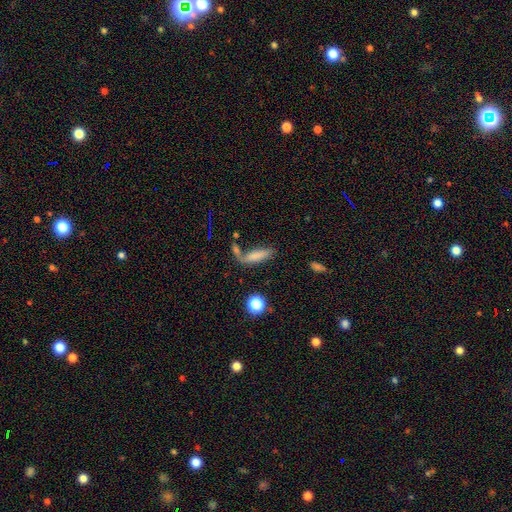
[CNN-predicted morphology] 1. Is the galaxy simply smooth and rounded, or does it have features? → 75% smooth, 15% featured or disk, 11% star or artifact.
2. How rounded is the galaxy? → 55% cigar-shaped, 42% in between, 4% round.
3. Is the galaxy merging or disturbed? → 44% none, 31% merger, 14% minor disturbance, 11% major disturbance.